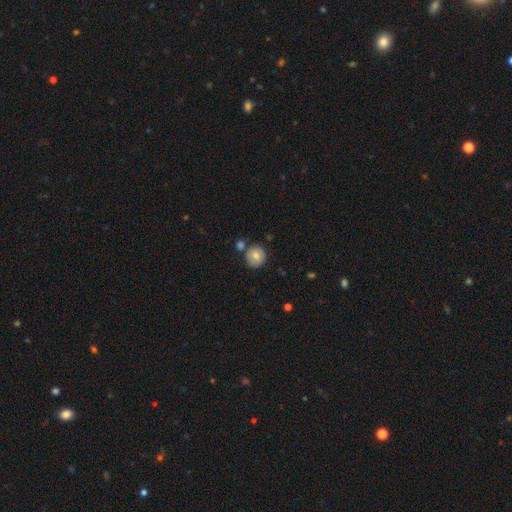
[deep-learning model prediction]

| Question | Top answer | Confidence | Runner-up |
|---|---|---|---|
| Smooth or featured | smooth | 75% | featured or disk (16%) |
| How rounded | round | 91% | in between (8%) |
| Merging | none | 71% | merger (13%) |